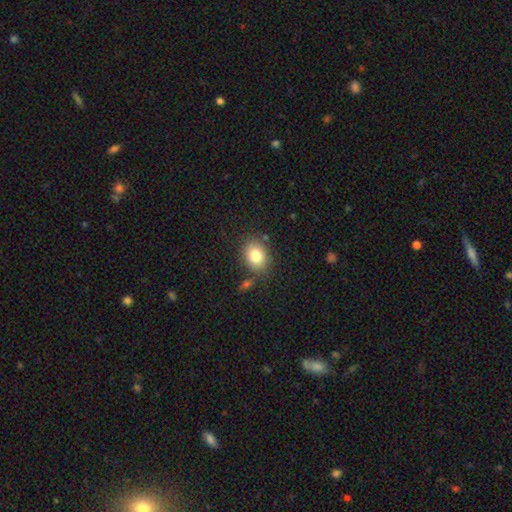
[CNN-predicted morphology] Q: Smooth or featured?
A: smooth (81%); runner-up: featured or disk (10%)
Q: How rounded?
A: in between (52%); runner-up: round (47%)
Q: Merging?
A: none (80%); runner-up: minor disturbance (11%)